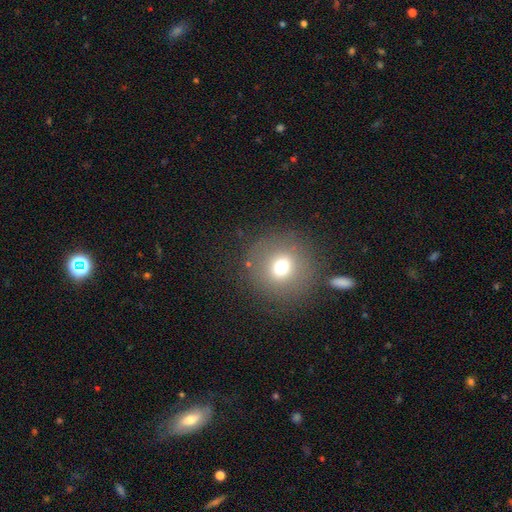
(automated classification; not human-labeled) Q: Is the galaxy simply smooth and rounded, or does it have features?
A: smooth — 62%.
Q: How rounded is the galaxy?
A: round — 92%.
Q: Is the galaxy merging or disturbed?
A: none — 85%.